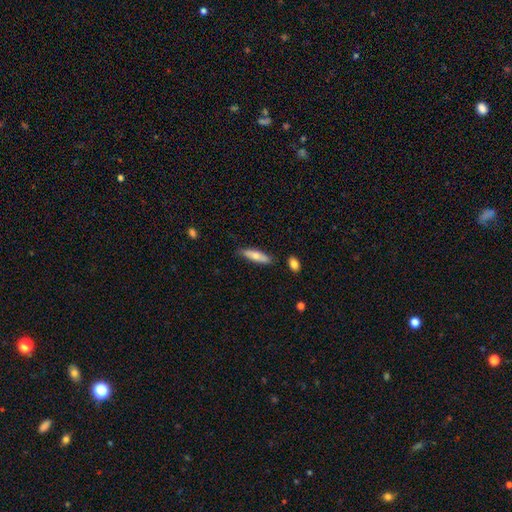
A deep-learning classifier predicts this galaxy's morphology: type=smooth (68%); roundness=cigar-shaped (63%); merging=none (79%).